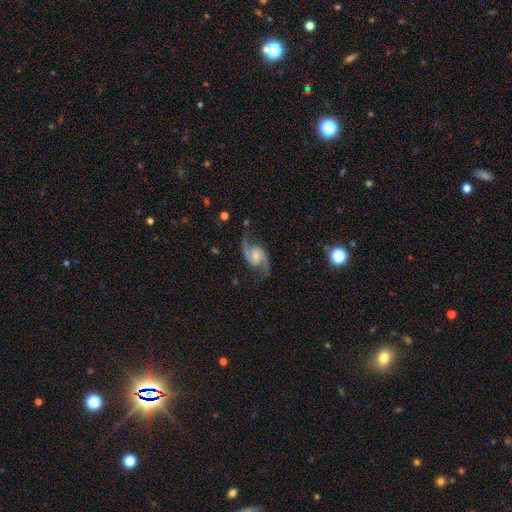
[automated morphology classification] This appears to be a featured or disk galaxy (91%) with no bar (59%), 2 (94%) loose (51%) spiral arms (98%) and a small central bulge (37%, tied with moderate). Merging: none (79%).